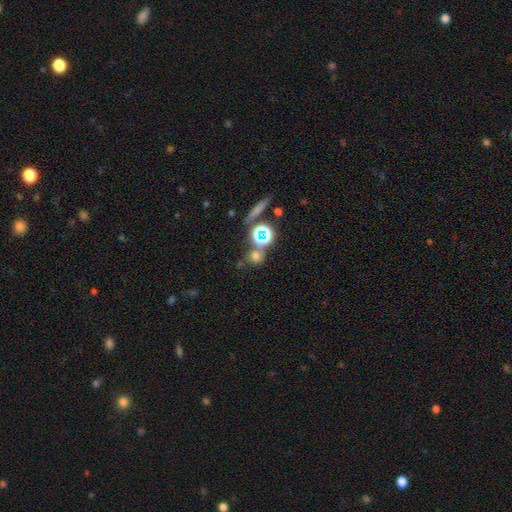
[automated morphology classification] A smooth galaxy with no disk features (61%) that is round (84%). Merging: none (66%).